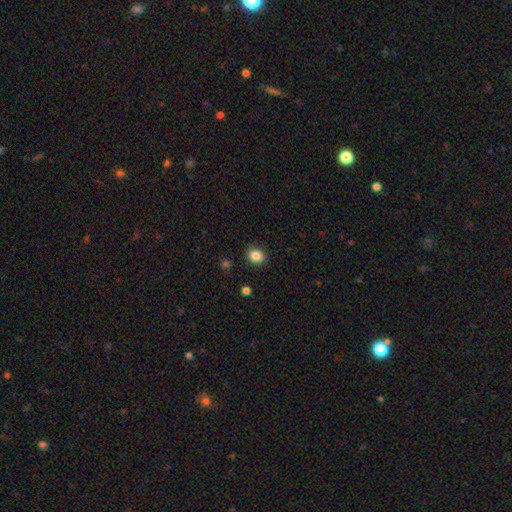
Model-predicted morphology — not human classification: Smooth or featured?
  - smooth: 87% *
  - star or artifact: 10%
  - featured or disk: 4%
How rounded?
  - in between: 55% *
  - round: 44%
  - cigar-shaped: 1%
Merging?
  - none: 87% *
  - minor disturbance: 9%
  - major disturbance: 2%
  - merger: 1%